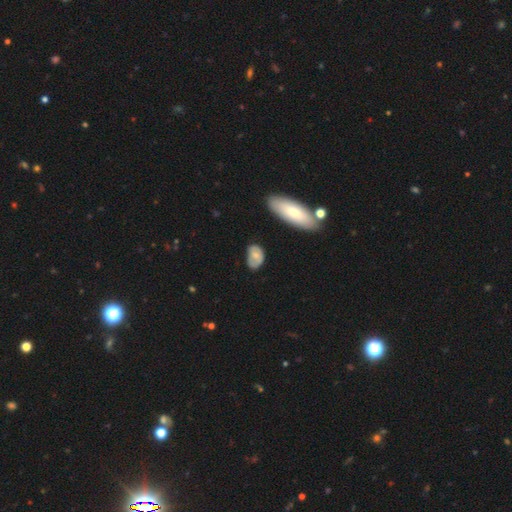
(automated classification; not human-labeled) smooth_or_featured: smooth (p=0.67) [alt: featured or disk p=0.26]
how_rounded: in between (p=0.86) [alt: round p=0.11]
merging: none (p=0.55) [alt: minor disturbance p=0.32]